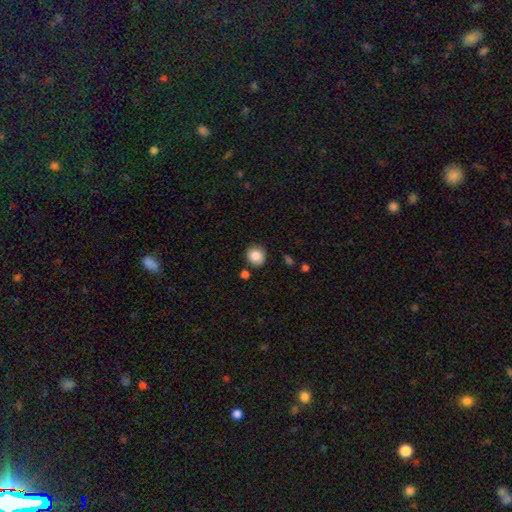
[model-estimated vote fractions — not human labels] Overall: smooth (86%). How rounded: round (87%). Merging: none (81%).